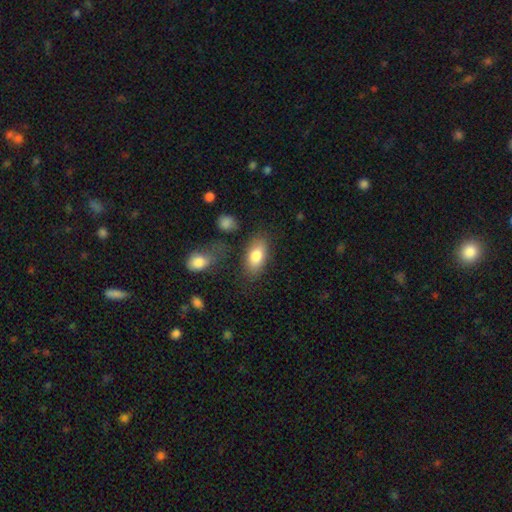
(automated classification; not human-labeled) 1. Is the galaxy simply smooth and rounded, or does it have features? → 82% smooth, 12% featured or disk, 7% star or artifact.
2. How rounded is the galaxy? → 91% in between, 5% round, 4% cigar-shaped.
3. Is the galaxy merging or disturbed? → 75% none, 14% minor disturbance, 5% merger, 5% major disturbance.